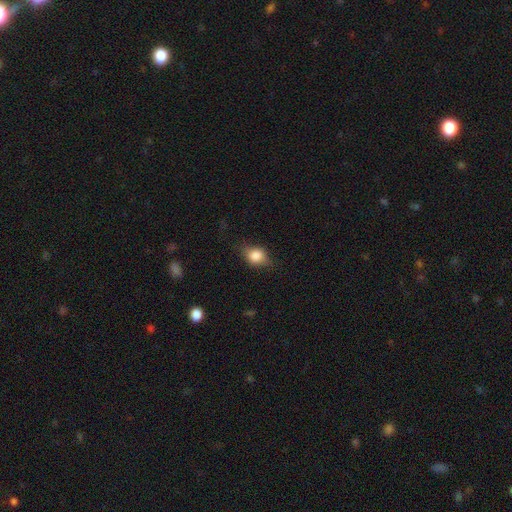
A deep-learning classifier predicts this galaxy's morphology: A smooth galaxy with no disk features (78%) that is in between round and cigar-shaped (52%). Merging: none (68%).